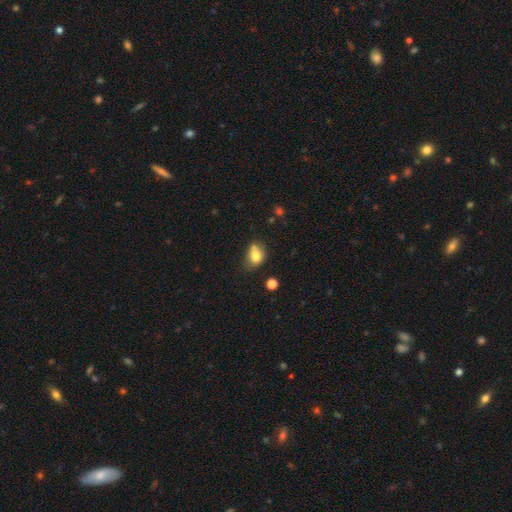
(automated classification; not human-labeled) Smooth or featured? Predicted: smooth (p=0.74). How rounded? Predicted: in between (p=0.60). Merging? Predicted: none (p=0.39).